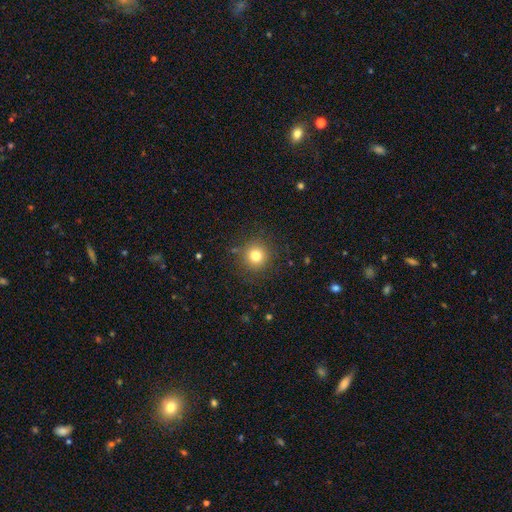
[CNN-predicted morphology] A smooth galaxy with no disk features (78%) that is round (95%). Merging: none (88%).